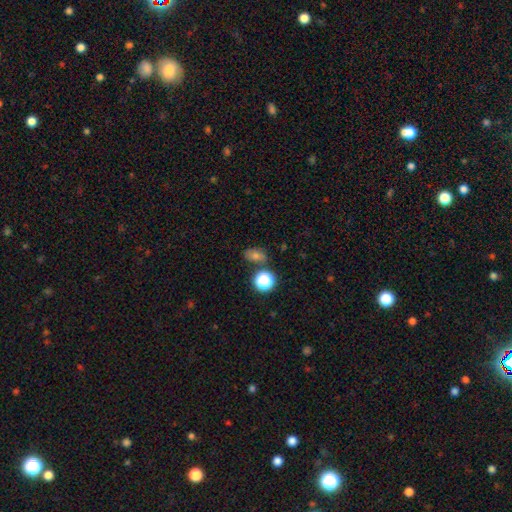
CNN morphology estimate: Smooth or featured: smooth — 53% (star or artifact — 32%)
How rounded: in between — 60% (round — 38%)
Merging: none — 73% (minor disturbance — 13%)